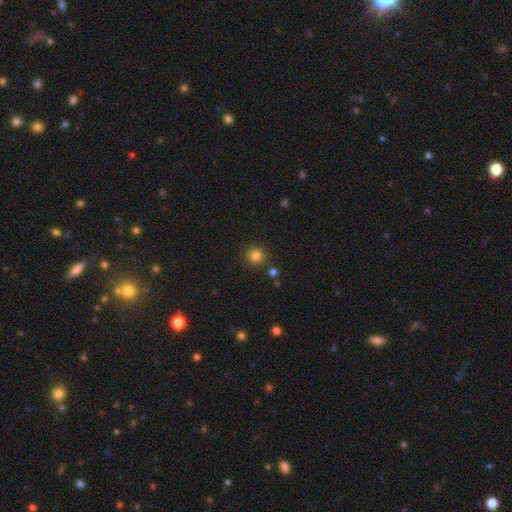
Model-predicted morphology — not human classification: Smooth or featured: smooth — 82% (star or artifact — 13%)
How rounded: round — 94% (in between — 5%)
Merging: none — 87% (minor disturbance — 6%)